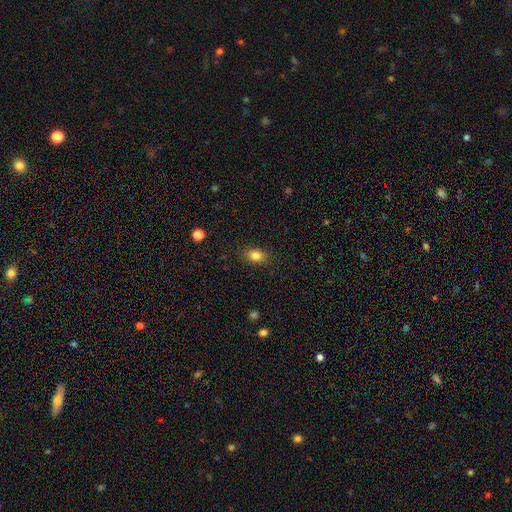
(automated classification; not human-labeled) smooth 83%, star or artifact 10%, featured or disk 7%. Down the decision tree: how rounded — in between (73%); merging — none (85%).